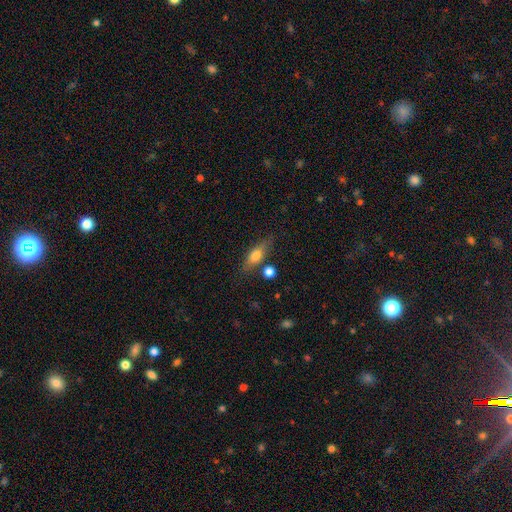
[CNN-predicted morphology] A smooth galaxy with no disk features (68%) that is in between round and cigar-shaped (58%). Merging: none (72%).